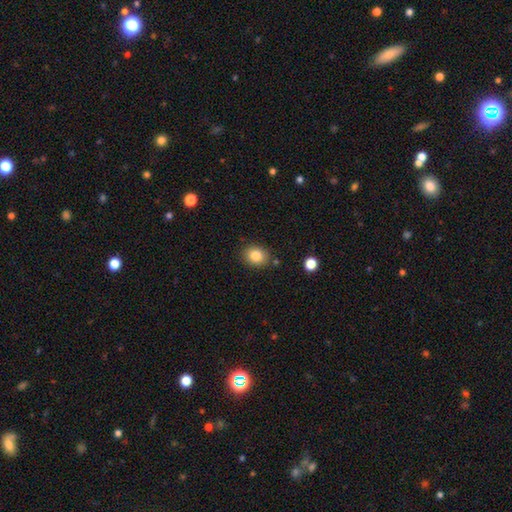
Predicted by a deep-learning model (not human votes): A smooth galaxy with no disk features (83%) that is round (52%). Merging: none (84%).